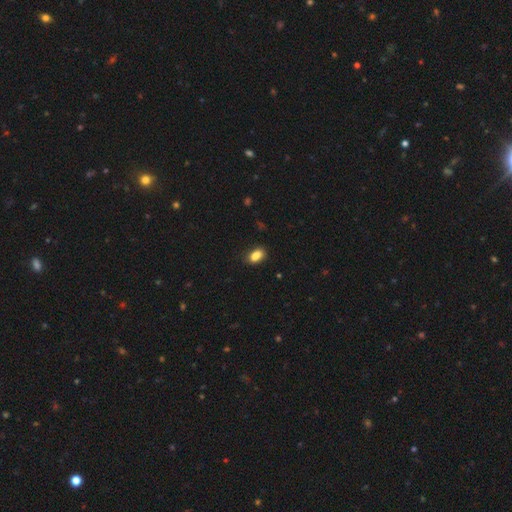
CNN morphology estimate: smooth-or-featured: smooth: 86% | star or artifact: 9% | featured or disk: 5%
  how-rounded: in between: 87% | round: 10% | cigar-shaped: 3%
  merging: none: 79% | minor disturbance: 16% | major disturbance: 3% | merger: 2%